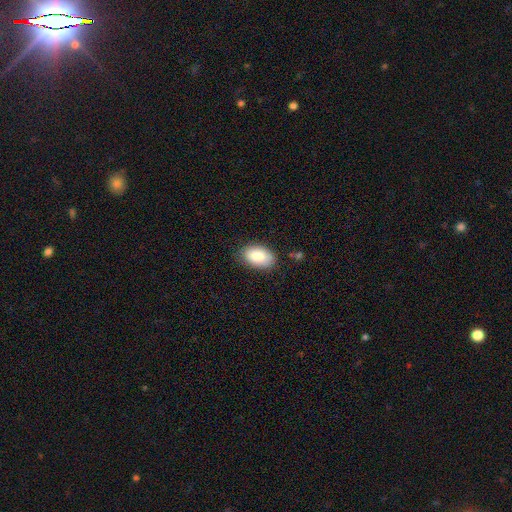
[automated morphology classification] The model was most divided on "merging": none: 81%, minor disturbance: 15%, major disturbance: 3%, merger: 1%. More confident: how rounded — in between (91%); smooth or featured — smooth (82%).